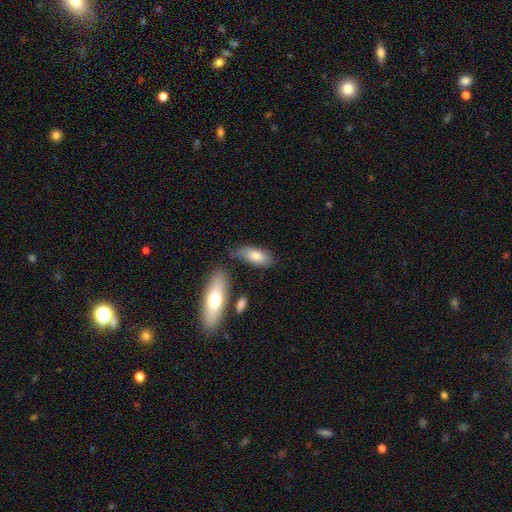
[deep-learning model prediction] A smooth galaxy with no disk features (76%) that is in between round and cigar-shaped (80%).

Vote fractions:
- Smooth or featured? smooth: 76% / featured or disk: 18% / star or artifact: 6%
- How rounded? in between: 80% / cigar-shaped: 17% / round: 2%
- Merging? none: 57% / minor disturbance: 26% / merger: 10% / major disturbance: 8%